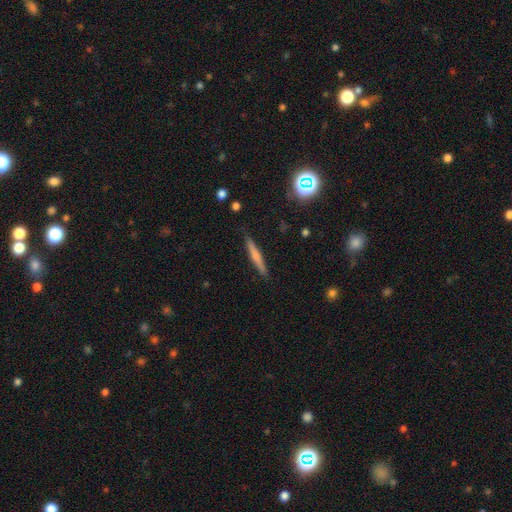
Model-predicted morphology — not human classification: smooth_or_featured: smooth (p=0.55) [alt: featured or disk p=0.38]
how_rounded: cigar-shaped (p=0.94) [alt: in between p=0.04]
merging: none (p=0.89) [alt: minor disturbance p=0.08]